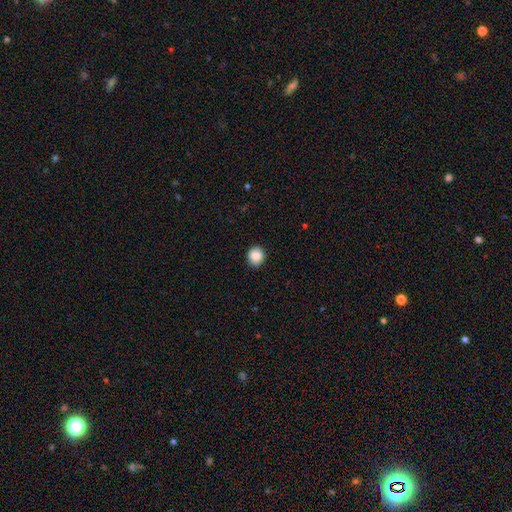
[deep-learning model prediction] Smooth or featured: smooth — 86% (star or artifact — 9%)
How rounded: round — 80% (in between — 19%)
Merging: none — 89% (minor disturbance — 8%)